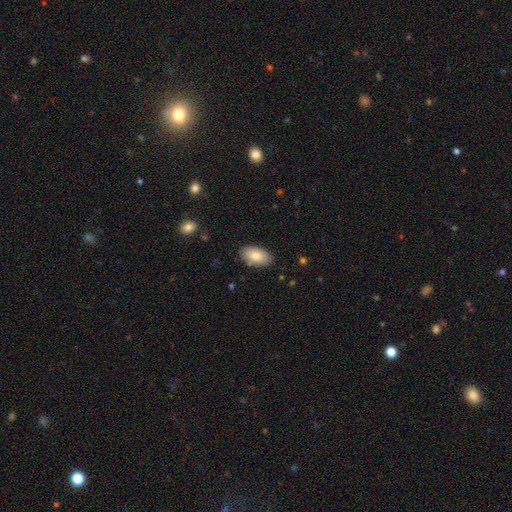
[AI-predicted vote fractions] Q: Smooth or featured?
A: smooth (84%); runner-up: featured or disk (10%)
Q: How rounded?
A: in between (95%); runner-up: round (3%)
Q: Merging?
A: none (86%); runner-up: minor disturbance (11%)